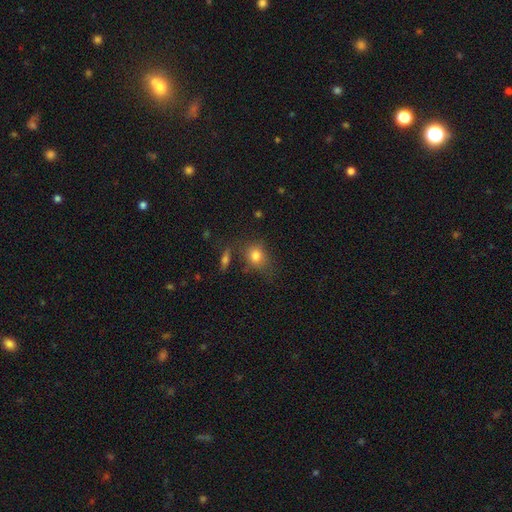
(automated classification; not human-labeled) smooth_or_featured: smooth (p=0.80) [alt: star or artifact p=0.11]
how_rounded: round (p=0.59) [alt: in between p=0.39]
merging: none (p=0.62) [alt: minor disturbance p=0.21]